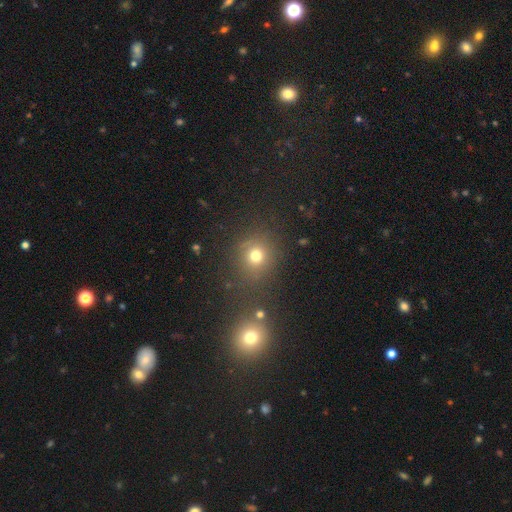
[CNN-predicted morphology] Smooth or featured?
  - smooth: 71% *
  - star or artifact: 21%
  - featured or disk: 8%
How rounded?
  - round: 85% *
  - in between: 13%
  - cigar-shaped: 1%
Merging?
  - none: 76% *
  - minor disturbance: 11%
  - merger: 7%
  - major disturbance: 6%